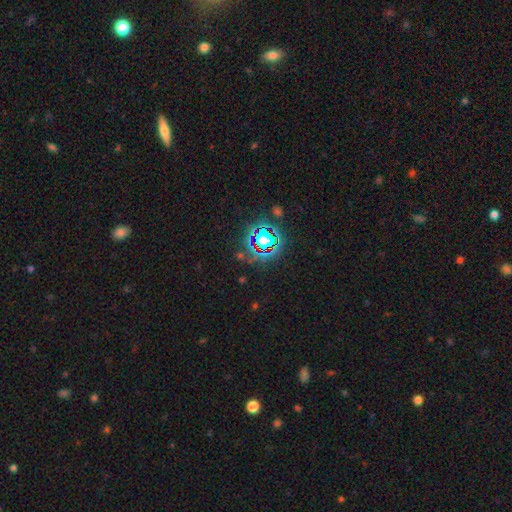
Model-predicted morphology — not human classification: Smooth or featured: star or artifact — 78% (smooth — 13%)